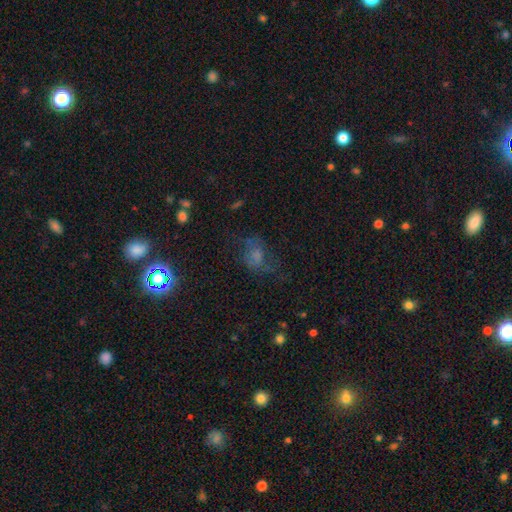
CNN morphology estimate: Smooth or featured: smooth — 44% (featured or disk — 30%)
Merging: none — 45% (major disturbance — 29%)